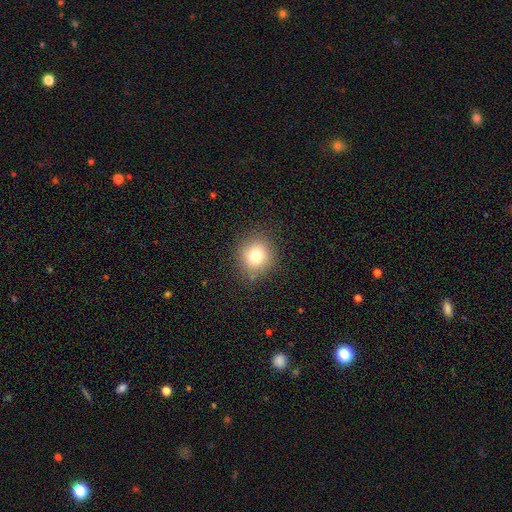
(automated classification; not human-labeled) The model was most divided on "smooth or featured": smooth: 77%, star or artifact: 13%, featured or disk: 10%. More confident: merging — none (86%); how rounded — round (85%).